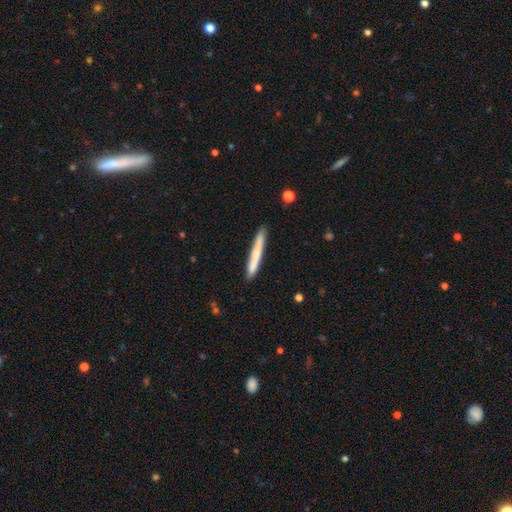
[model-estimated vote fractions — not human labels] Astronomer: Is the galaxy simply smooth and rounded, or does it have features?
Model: smooth — 64%.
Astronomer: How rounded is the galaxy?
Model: cigar-shaped — 96%.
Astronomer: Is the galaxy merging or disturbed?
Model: none — 86%.